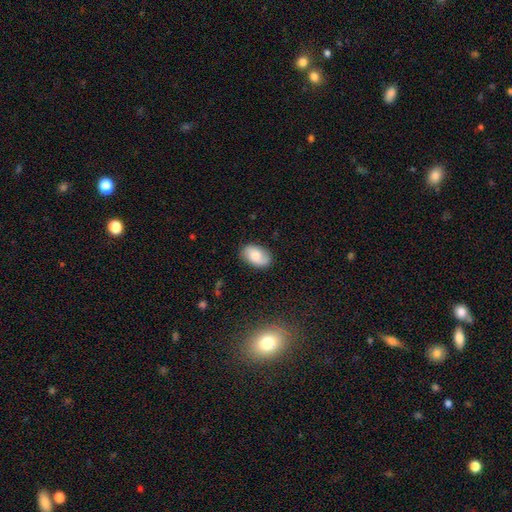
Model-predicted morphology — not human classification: smooth-or-featured: smooth: 67% | featured or disk: 25% | star or artifact: 8%
  how-rounded: in between: 89% | round: 10% | cigar-shaped: 1%
  merging: none: 79% | minor disturbance: 16% | major disturbance: 4% | merger: 1%